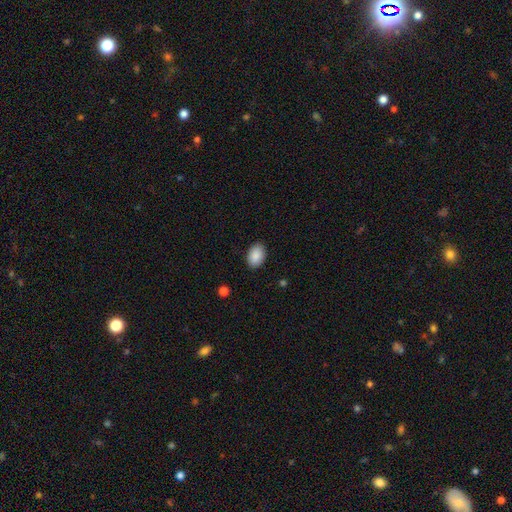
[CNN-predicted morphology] smooth-or-featured: smooth: 89% | star or artifact: 7% | featured or disk: 4%
  how-rounded: in between: 87% | round: 12% | cigar-shaped: 1%
  merging: none: 88% | minor disturbance: 9% | major disturbance: 2% | merger: 1%